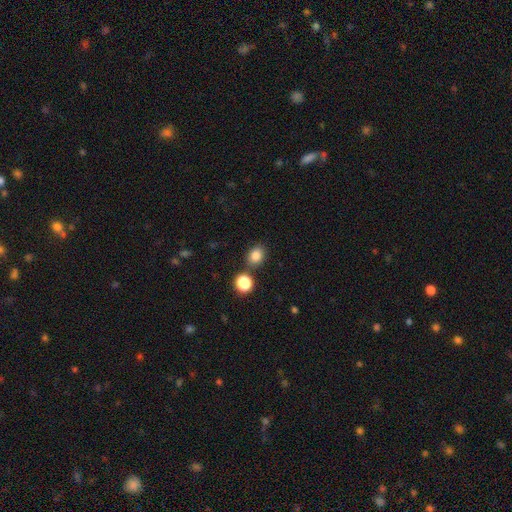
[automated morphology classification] Smooth or featured? Predicted: smooth (p=0.83). How rounded? Predicted: round (p=0.50). Merging? Predicted: none (p=0.77).